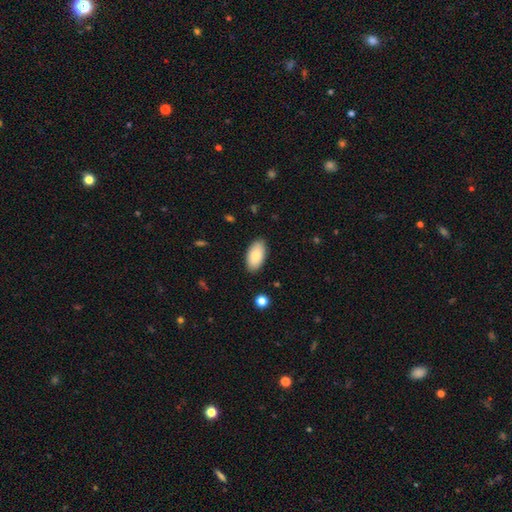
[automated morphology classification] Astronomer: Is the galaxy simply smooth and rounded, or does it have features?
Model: smooth — 82%.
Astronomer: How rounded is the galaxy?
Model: in between — 95%.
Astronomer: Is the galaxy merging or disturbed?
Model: none — 88%.